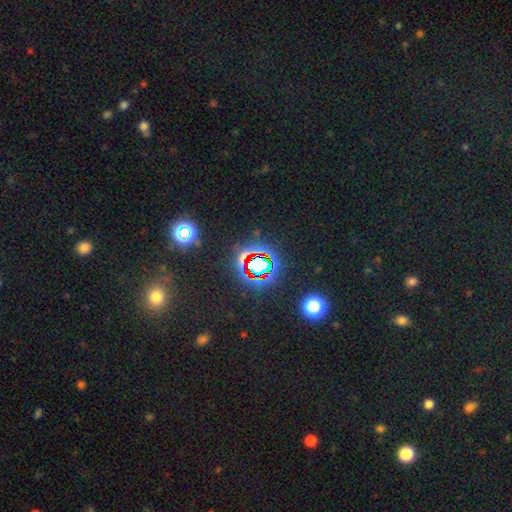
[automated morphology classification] Smooth or featured?
  - star or artifact: 76% *
  - smooth: 16%
  - featured or disk: 7%